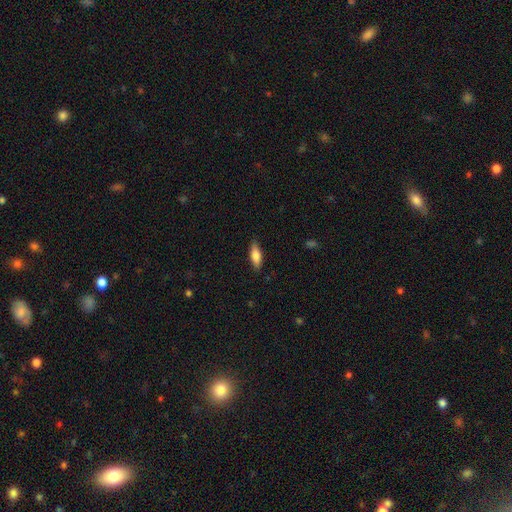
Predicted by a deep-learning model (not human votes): This appears to be a smooth galaxy with no disk features (73%) that is in between round and cigar-shaped (61%). Merging: none (85%).